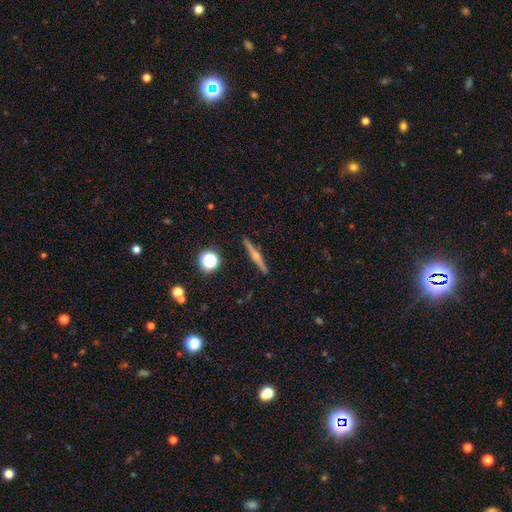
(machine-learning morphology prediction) This is likely a featured or disk galaxy (64%). It is clearly viewed edge-on (98%). Edge-on bulge: clearly rounded (81%). Merging: clearly none (92%).